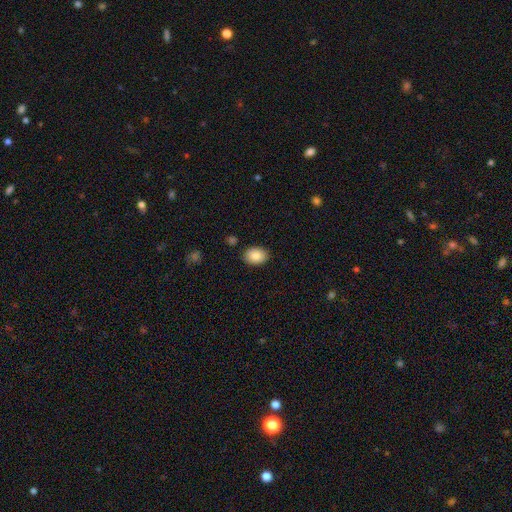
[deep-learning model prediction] Smooth or featured?
  - smooth: 87% *
  - star or artifact: 7%
  - featured or disk: 5%
How rounded?
  - in between: 77% *
  - round: 22%
  - cigar-shaped: 1%
Merging?
  - none: 87% *
  - minor disturbance: 9%
  - major disturbance: 2%
  - merger: 2%